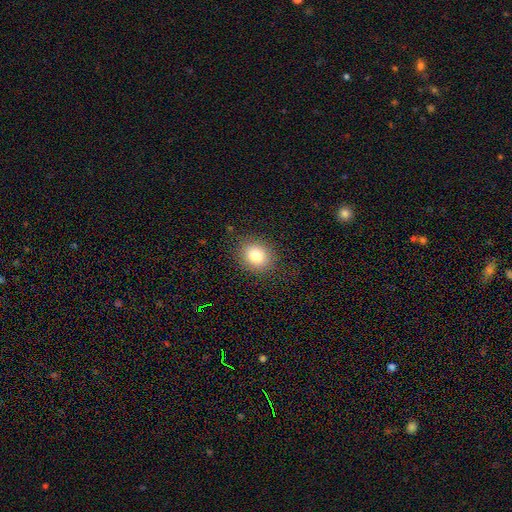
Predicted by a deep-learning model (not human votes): Smooth or featured: smooth — 81% (star or artifact — 11%)
How rounded: round — 63% (in between — 36%)
Merging: none — 86% (minor disturbance — 10%)